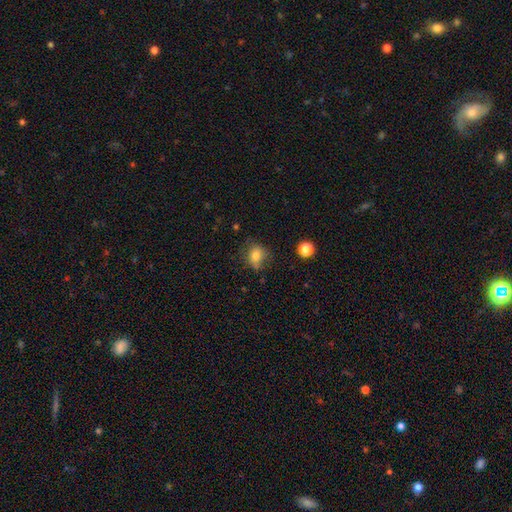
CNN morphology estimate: A smooth galaxy with no disk features (76%) that is round (66%). Merging: none (65%).